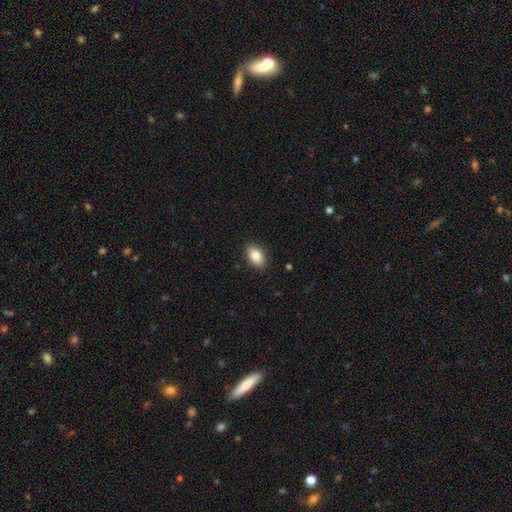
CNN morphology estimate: Q: Smooth or featured?
A: smooth (83%); runner-up: featured or disk (9%)
Q: How rounded?
A: in between (89%); runner-up: round (8%)
Q: Merging?
A: none (89%); runner-up: minor disturbance (8%)